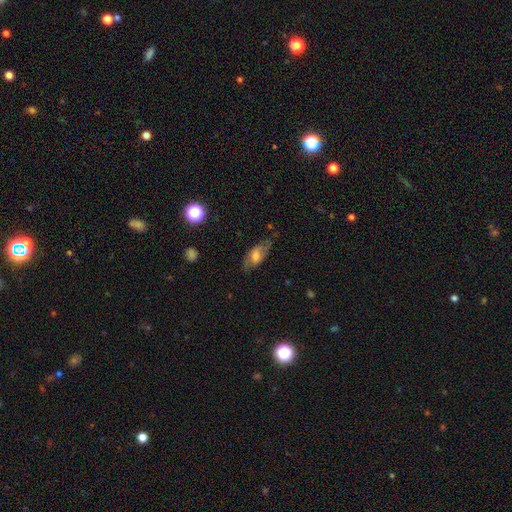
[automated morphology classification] Smooth or featured: smooth — 49% (featured or disk — 42%)
Merging: none — 67% (minor disturbance — 22%)